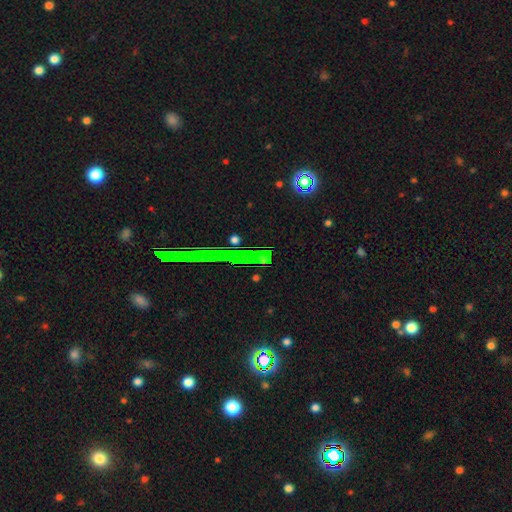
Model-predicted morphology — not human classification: This is likely a star or artifact rather than a galaxy (74%).